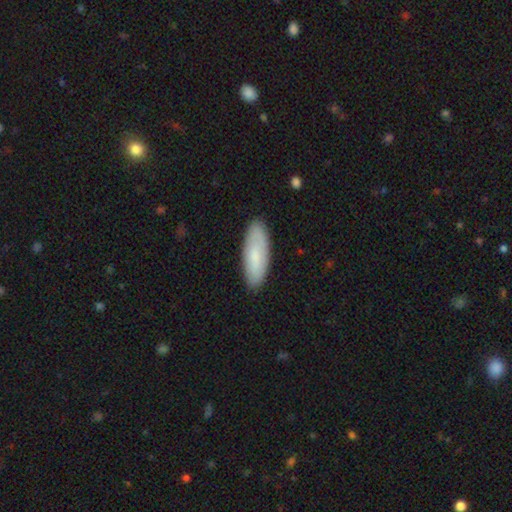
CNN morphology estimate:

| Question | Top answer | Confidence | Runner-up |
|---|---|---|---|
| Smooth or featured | smooth | 77% | featured or disk (17%) |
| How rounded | in between | 68% | cigar-shaped (31%) |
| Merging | none | 86% | minor disturbance (11%) |